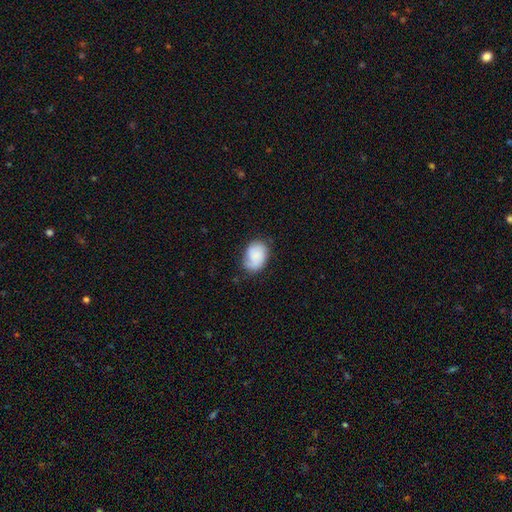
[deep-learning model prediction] A smooth galaxy with no disk features (67%) that is in between round and cigar-shaped (72%). Merging: none (60%).